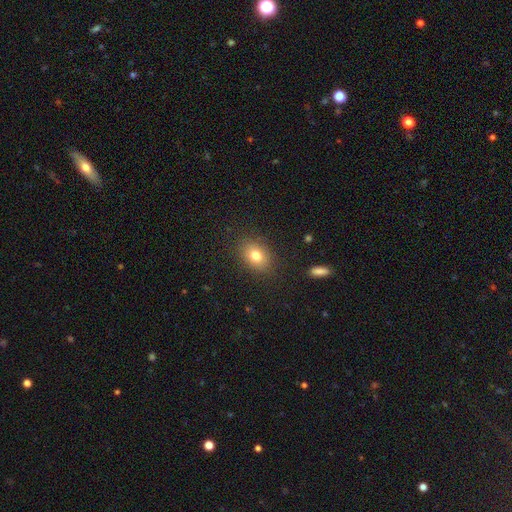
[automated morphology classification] Smooth or featured? Predicted: smooth (p=0.79). How rounded? Predicted: in between (p=0.71). Merging? Predicted: none (p=0.86).